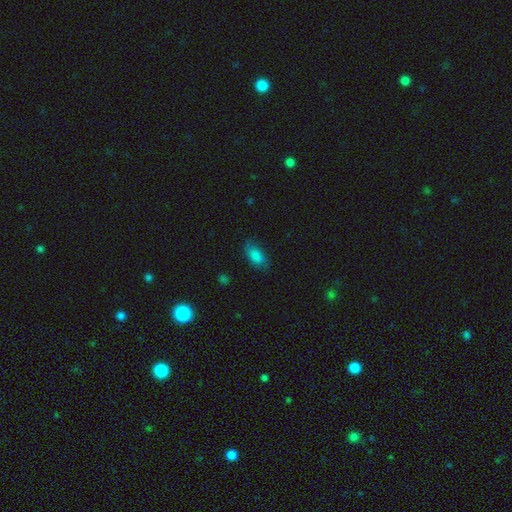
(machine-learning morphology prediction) type=smooth (82%); roundness=in between (89%); merging=none (75%).